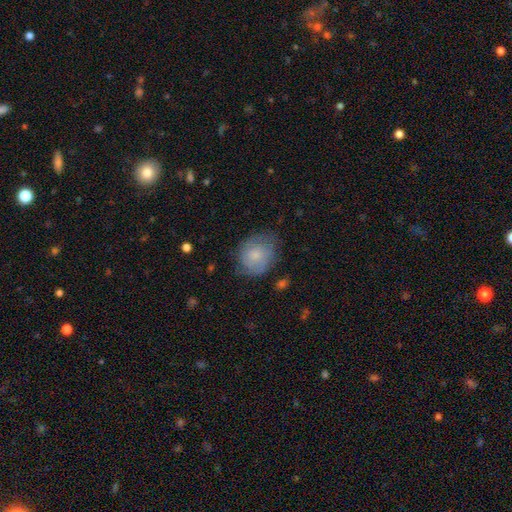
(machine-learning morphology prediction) A smooth galaxy with no disk features (67%) that is round (67%).

Vote fractions:
- Smooth or featured? smooth: 67% / featured or disk: 25% / star or artifact: 7%
- How rounded? round: 67% / in between: 32% / cigar-shaped: 1%
- Merging? none: 57% / minor disturbance: 31% / major disturbance: 10% / merger: 2%